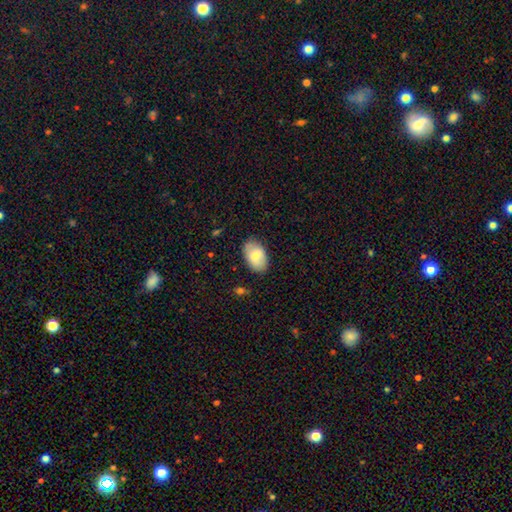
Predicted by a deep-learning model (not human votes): The model was most divided on "smooth or featured": smooth: 73%, featured or disk: 20%, star or artifact: 6%. More confident: how rounded — in between (92%); merging — none (83%).